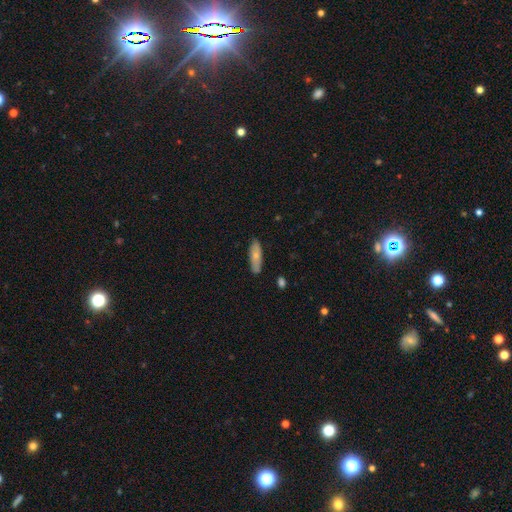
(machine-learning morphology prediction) This is likely a smooth galaxy (70%). How rounded: possibly in between (52%). Merging: clearly none (85%).